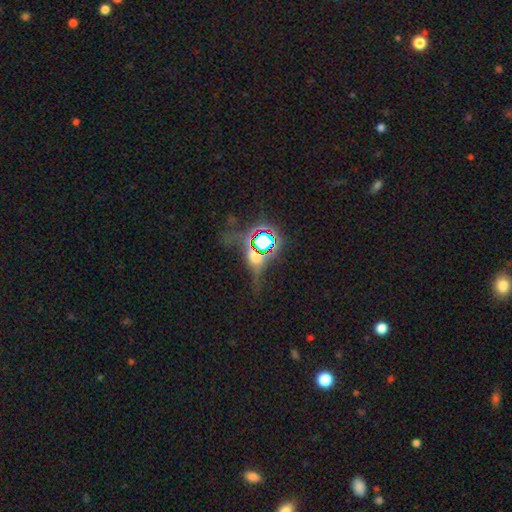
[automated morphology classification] Smooth or featured? star or artifact (56%)